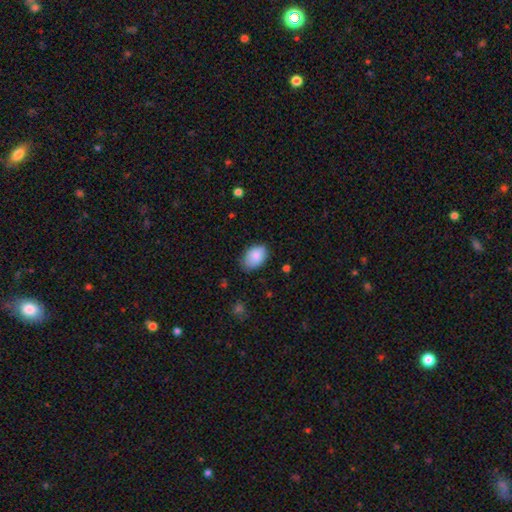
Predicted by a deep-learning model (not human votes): smooth 86%, featured or disk 7%, star or artifact 7%. Down the decision tree: how rounded — in between (89%); merging — none (75%).